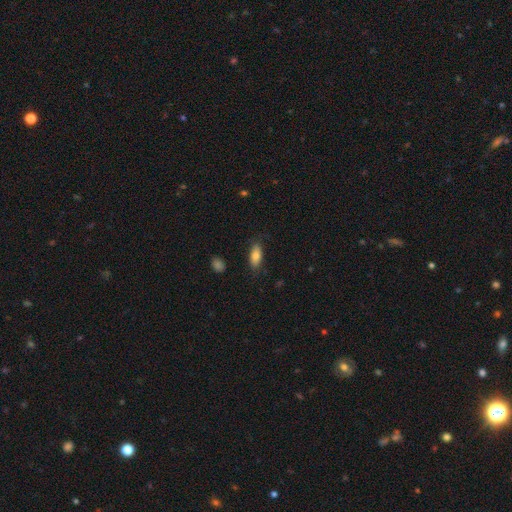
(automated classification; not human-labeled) A smooth galaxy with no disk features (80%) that is in between round and cigar-shaped (83%). Merging: none (82%).